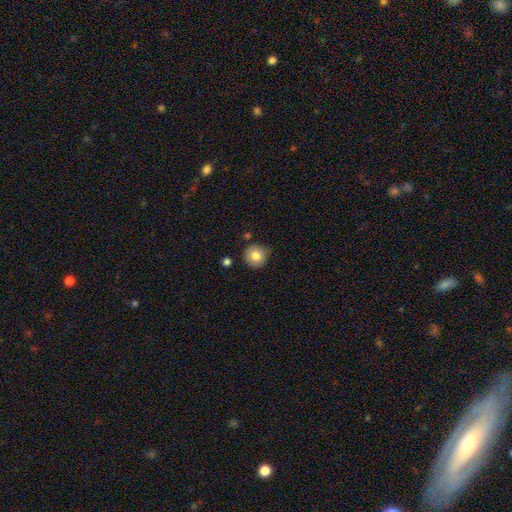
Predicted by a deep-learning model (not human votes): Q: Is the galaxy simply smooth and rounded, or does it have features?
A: smooth — 82%.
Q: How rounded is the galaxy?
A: round — 94%.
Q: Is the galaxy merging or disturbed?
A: none — 80%.